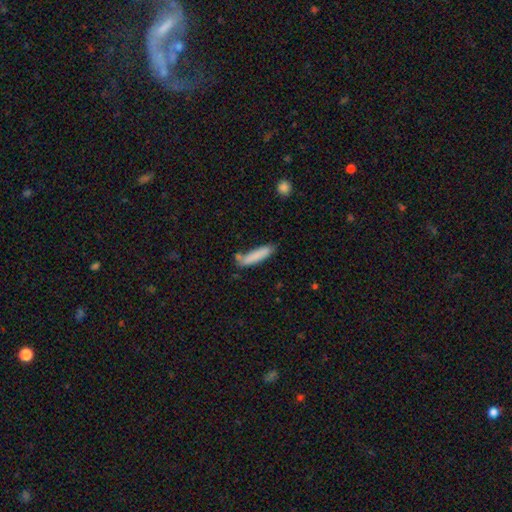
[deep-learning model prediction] The model was most divided on "merging": none: 68%, minor disturbance: 18%, merger: 10%, major disturbance: 4%. More confident: smooth or featured — smooth (83%); how rounded — cigar-shaped (83%).